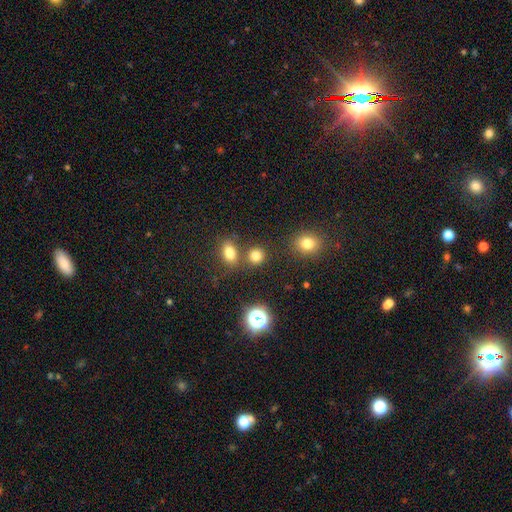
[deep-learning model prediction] This is likely a smooth galaxy (78%). How rounded: likely round (79%). Merging: likely none (74%).